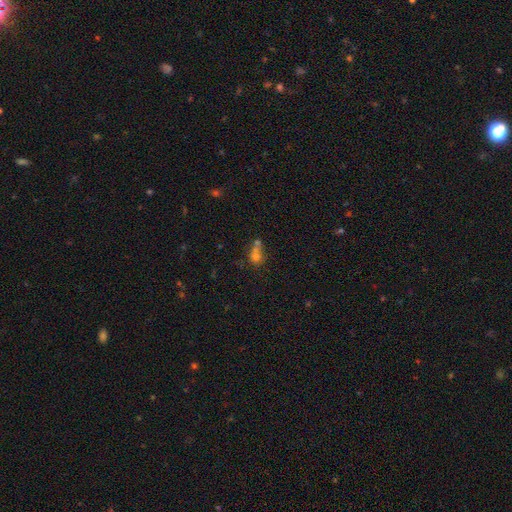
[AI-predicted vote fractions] Morphology: type=smooth (64%); roundness=round (77%); merging=merger (51%).